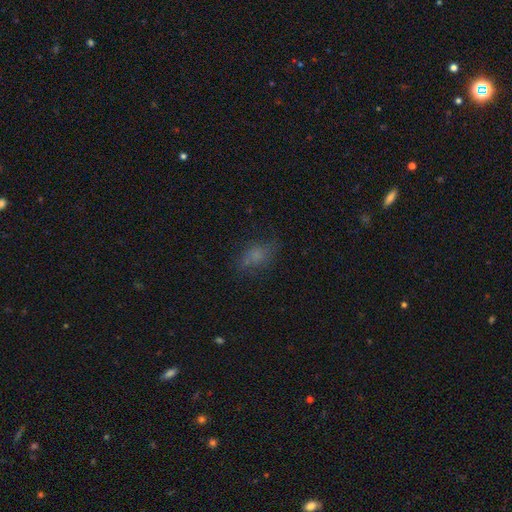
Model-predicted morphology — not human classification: A smooth galaxy with no disk features (64%) that is in between round and cigar-shaped (78%).

Vote fractions:
- Smooth or featured? smooth: 64% / star or artifact: 18% / featured or disk: 18%
- How rounded? in between: 78% / round: 17% / cigar-shaped: 4%
- Merging? none: 62% / minor disturbance: 22% / major disturbance: 13% / merger: 3%